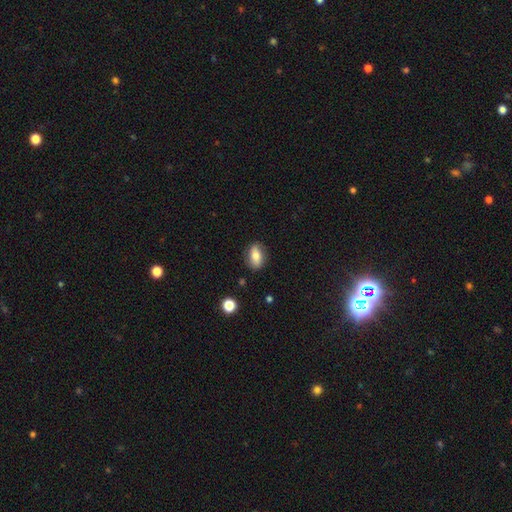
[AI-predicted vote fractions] smooth_or_featured: smooth (p=0.73) [alt: featured or disk p=0.19]
how_rounded: in between (p=0.83) [alt: round p=0.11]
merging: none (p=0.83) [alt: minor disturbance p=0.13]